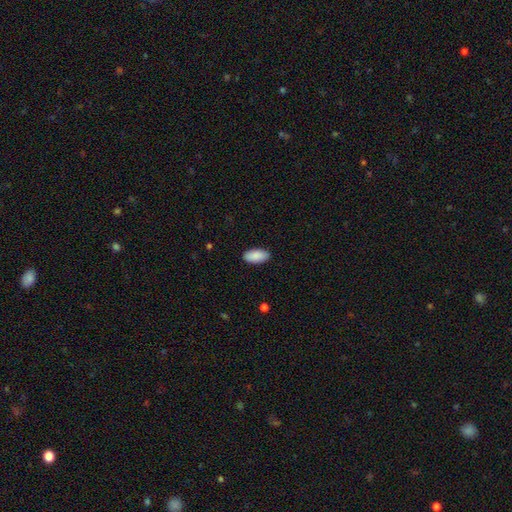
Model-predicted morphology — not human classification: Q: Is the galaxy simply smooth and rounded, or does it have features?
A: smooth — 90%.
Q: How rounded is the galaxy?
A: in between — 94%.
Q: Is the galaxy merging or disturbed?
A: none — 89%.